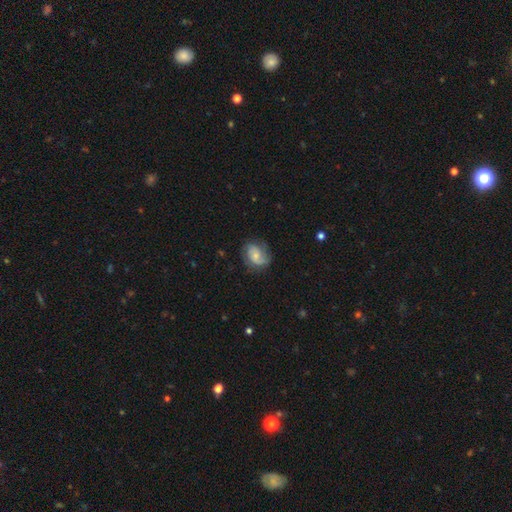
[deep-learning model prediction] Smooth or featured? featured or disk (64%)
Edge-on disk? no (97%)
Bar? no (63%)
Spiral arms? yes (91%)
Spiral winding? medium (43%)
Spiral arm count? 2 (64%)
Bulge size? small (54%)
Merging? none (68%)